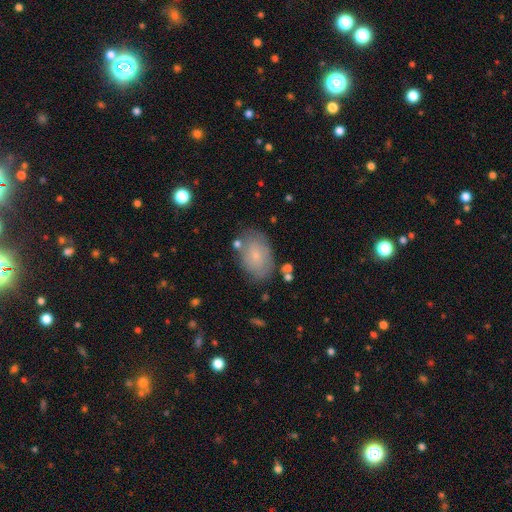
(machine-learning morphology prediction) Q: Smooth or featured?
A: smooth (68%); runner-up: featured or disk (24%)
Q: How rounded?
A: in between (89%); runner-up: round (10%)
Q: Merging?
A: none (74%); runner-up: minor disturbance (18%)